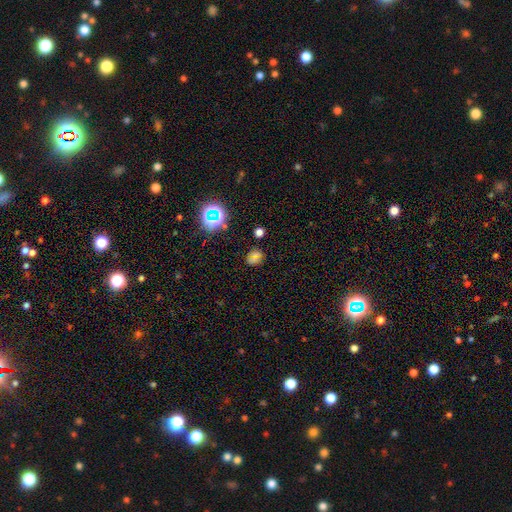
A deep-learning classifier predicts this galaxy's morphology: smooth 58%, star or artifact 31%, featured or disk 11%. Down the decision tree: how rounded — round (58%); merging — none (74%).